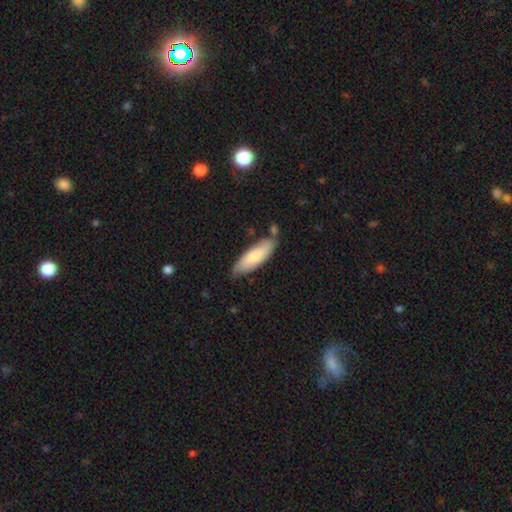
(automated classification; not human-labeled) Smooth or featured?
  - smooth: 73% *
  - featured or disk: 22%
  - star or artifact: 5%
How rounded?
  - in between: 55% *
  - cigar-shaped: 44%
  - round: 2%
Merging?
  - none: 68% *
  - minor disturbance: 22%
  - merger: 7%
  - major disturbance: 4%